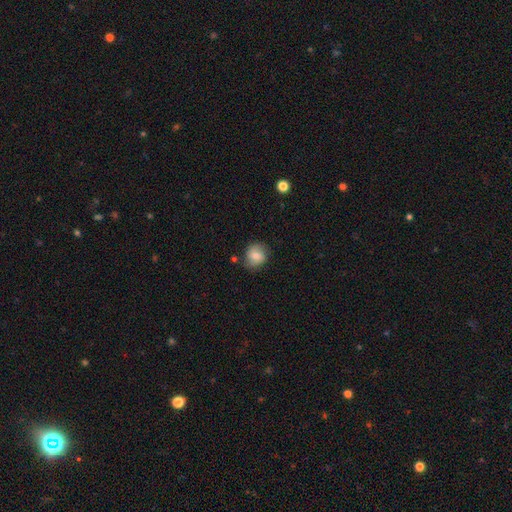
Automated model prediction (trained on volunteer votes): Smooth or featured? Predicted: smooth (p=0.73). How rounded? Predicted: round (p=0.75). Merging? Predicted: none (p=0.72).